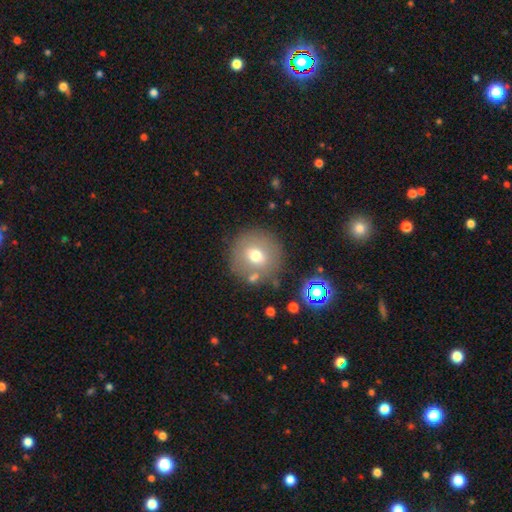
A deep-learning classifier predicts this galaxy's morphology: Overall: smooth (68%). How rounded: round (93%). Merging: none (81%).